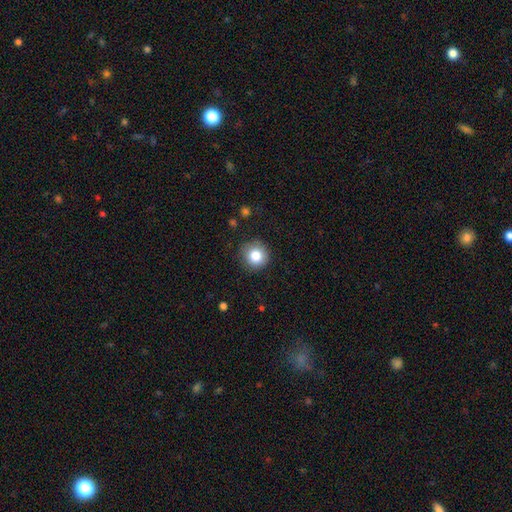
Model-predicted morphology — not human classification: Smooth or featured? Predicted: smooth (p=0.82). How rounded? Predicted: round (p=0.94). Merging? Predicted: none (p=0.87).